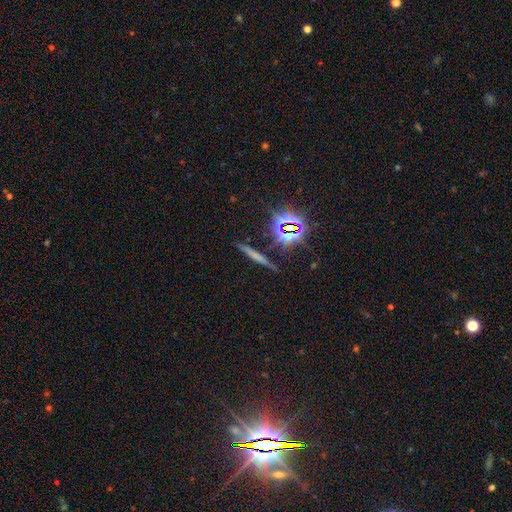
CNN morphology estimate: smooth-or-featured: smooth: 48% | featured or disk: 28% | star or artifact: 24%
  merging: none: 83% | minor disturbance: 11% | merger: 3% | major disturbance: 3%